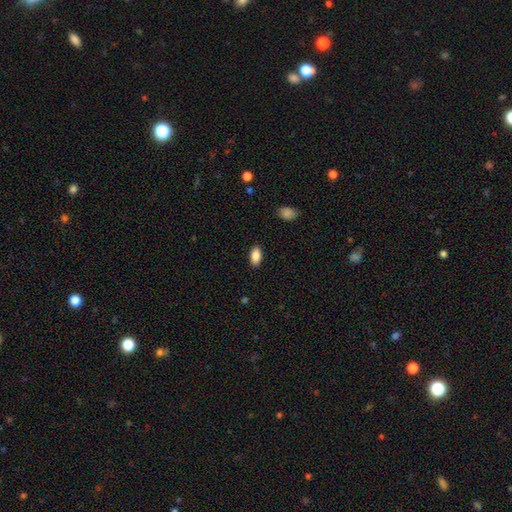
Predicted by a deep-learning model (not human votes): smooth 88%, star or artifact 7%, featured or disk 5%. Down the decision tree: how rounded — in between (93%); merging — none (88%).